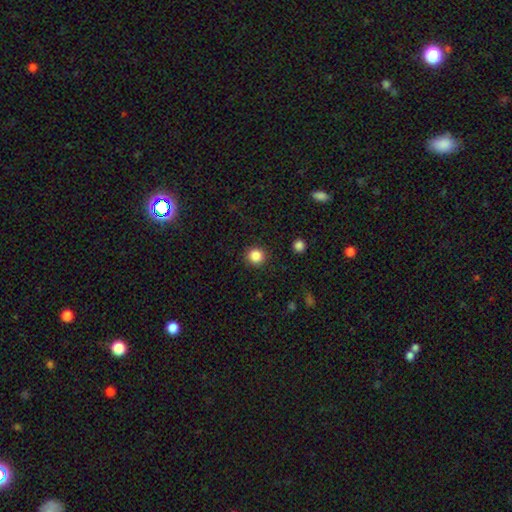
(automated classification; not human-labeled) Smooth or featured? Predicted: smooth (p=0.86). How rounded? Predicted: round (p=0.94). Merging? Predicted: none (p=0.91).